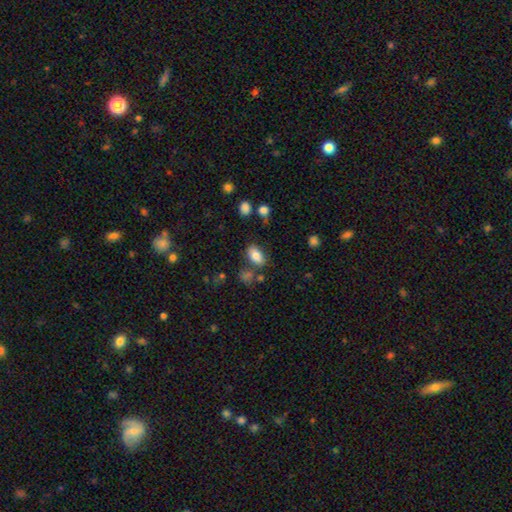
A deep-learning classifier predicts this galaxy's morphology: Smooth or featured? smooth (81%)
How rounded? in between (91%)
Merging? none (73%)